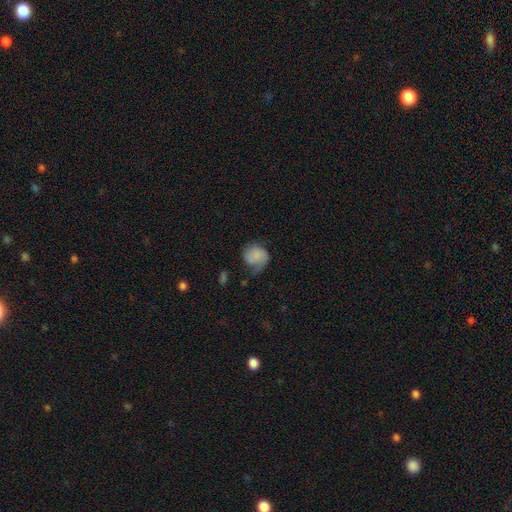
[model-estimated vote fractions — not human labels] This appears to be a smooth galaxy with no disk features (60%) that is round (75%). Merging: none (43%).